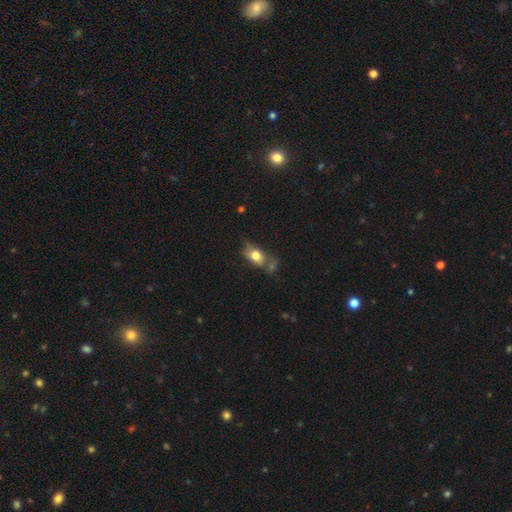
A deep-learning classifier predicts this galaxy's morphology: A smooth galaxy with no disk features (71%) that is in between round and cigar-shaped (77%). Merging: none (42%).